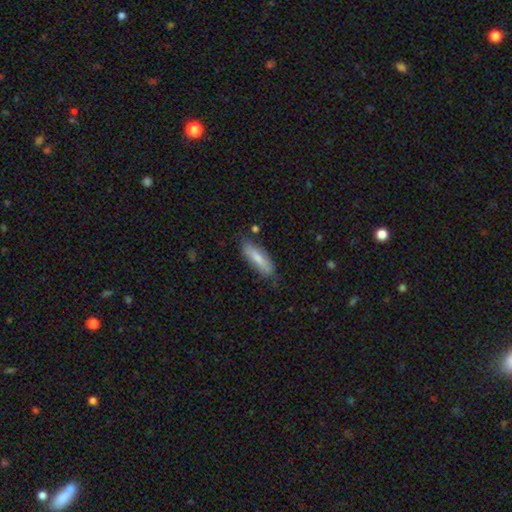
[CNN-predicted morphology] type=smooth (69%); roundness=cigar-shaped (59%); merging=none (81%).